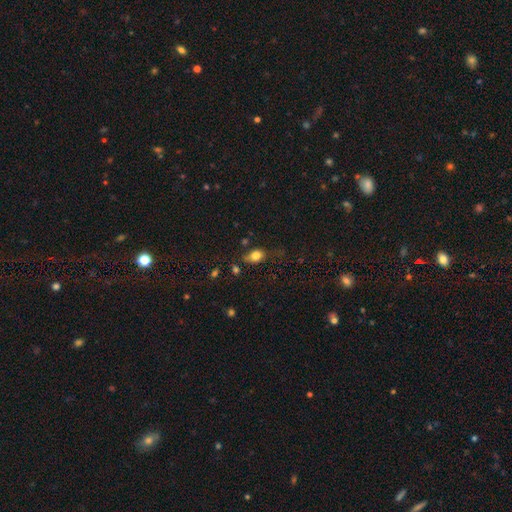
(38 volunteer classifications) Q: Smooth or featured?
A: smooth (82%); runner-up: featured or disk (16%)
Q: How rounded?
A: in between (74%); runner-up: round (19%)
Q: Merging?
A: none (57%); runner-up: minor disturbance (27%)